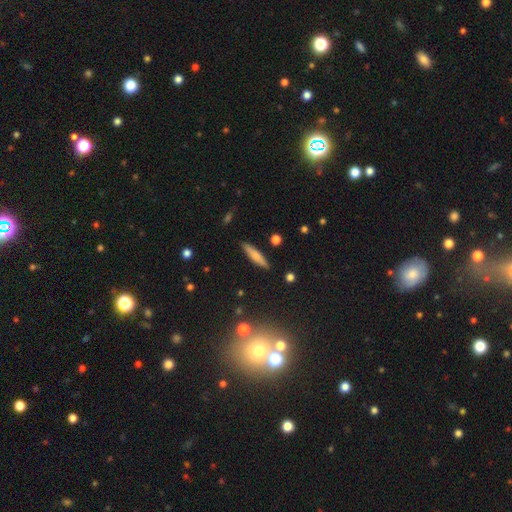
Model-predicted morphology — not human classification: smooth 67%, featured or disk 26%, star or artifact 8%. Down the decision tree: how rounded — cigar-shaped (82%); merging — none (89%).